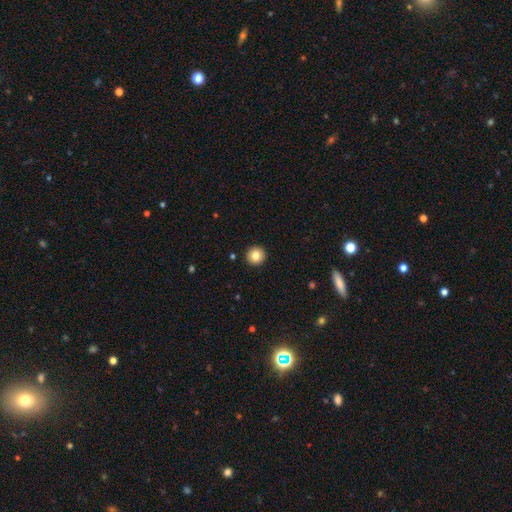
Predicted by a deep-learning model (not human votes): Smooth or featured? Predicted: smooth (p=0.83). How rounded? Predicted: round (p=0.96). Merging? Predicted: none (p=0.93).